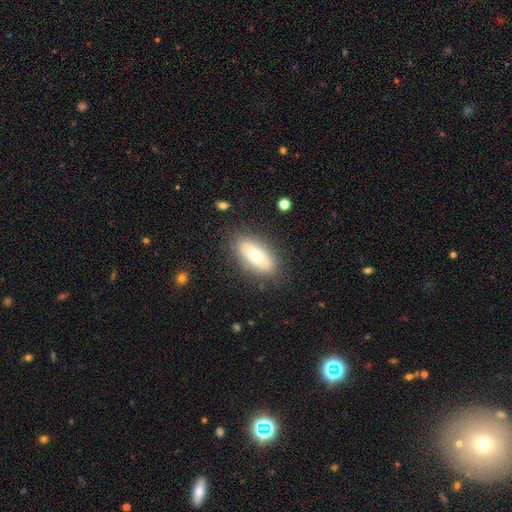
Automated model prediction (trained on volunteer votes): Q: Smooth or featured?
A: smooth (69%); runner-up: featured or disk (23%)
Q: How rounded?
A: in between (83%); runner-up: cigar-shaped (14%)
Q: Merging?
A: none (83%); runner-up: minor disturbance (12%)